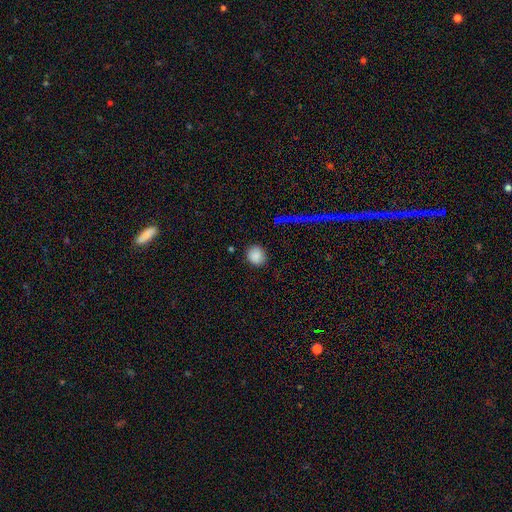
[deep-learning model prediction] smooth-or-featured: smooth: 88% | star or artifact: 9% | featured or disk: 4%
  how-rounded: round: 79% | in between: 19% | cigar-shaped: 1%
  merging: none: 86% | minor disturbance: 9% | major disturbance: 3% | merger: 2%